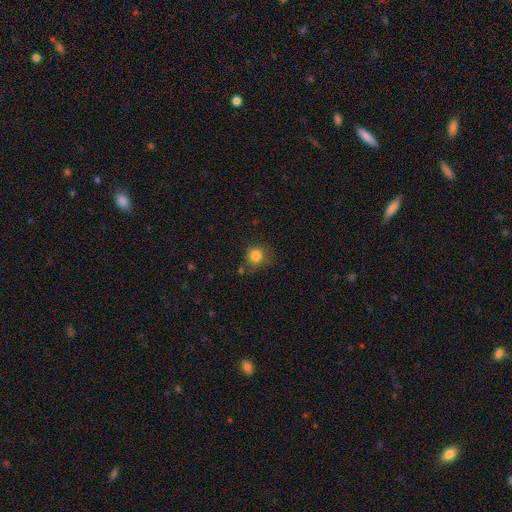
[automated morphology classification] Smooth or featured: smooth — 83% (star or artifact — 11%)
How rounded: round — 90% (in between — 9%)
Merging: none — 74% (minor disturbance — 17%)